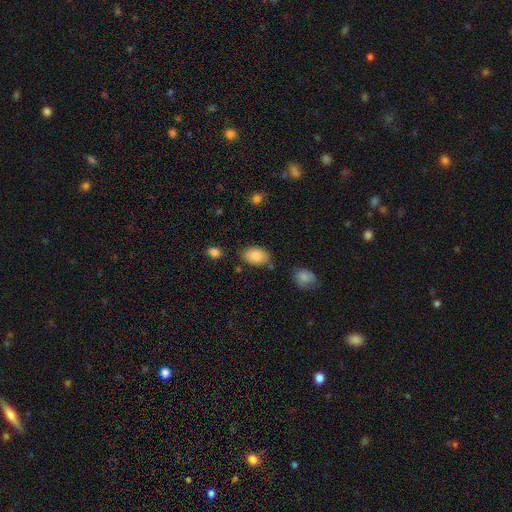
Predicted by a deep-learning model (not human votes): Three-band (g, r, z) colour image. It shows a smooth galaxy with no disk features (83%) that is in between round and cigar-shaped (89%). Merging: none (78%).